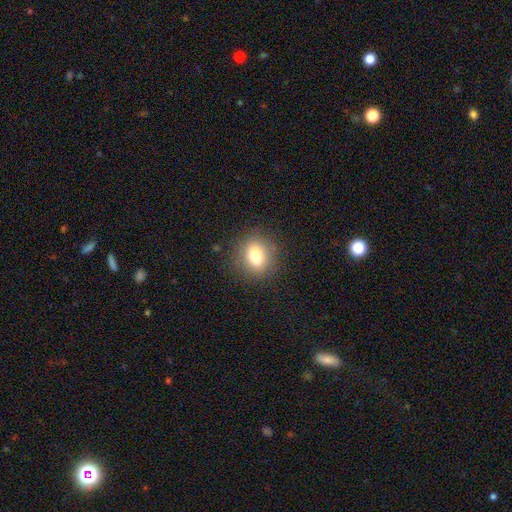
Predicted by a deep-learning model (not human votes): smooth-or-featured: smooth: 79% | star or artifact: 11% | featured or disk: 11%
  how-rounded: round: 54% | in between: 44% | cigar-shaped: 2%
  merging: none: 85% | minor disturbance: 10% | major disturbance: 4% | merger: 1%